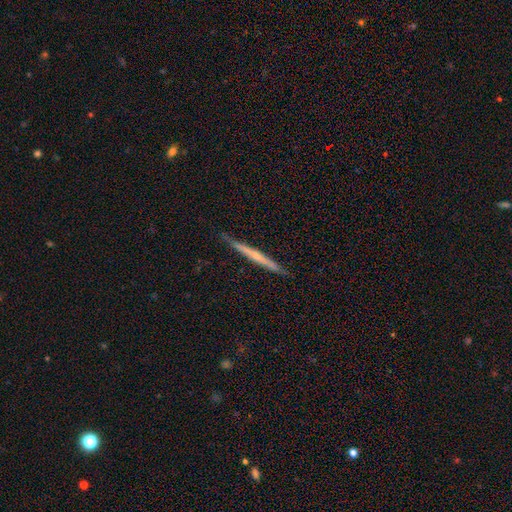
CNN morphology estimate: Overall: featured or disk (58%; smooth 36%). Edge-on disk: yes (97%). Edge-on bulge: none (59%; rounded 35%). Merging: none (87%).